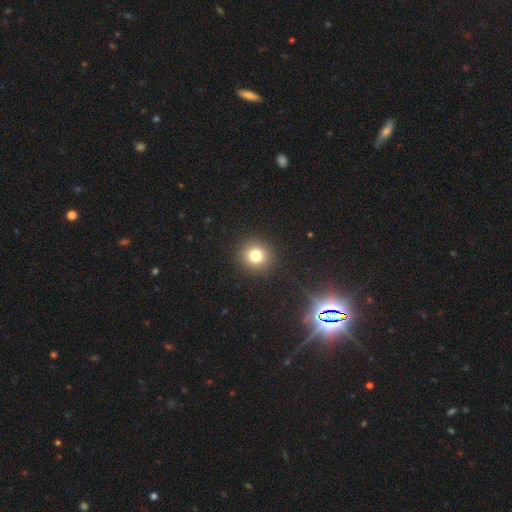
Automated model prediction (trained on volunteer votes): This appears to be a smooth galaxy with no disk features (78%) that is round (92%). Merging: none (92%).